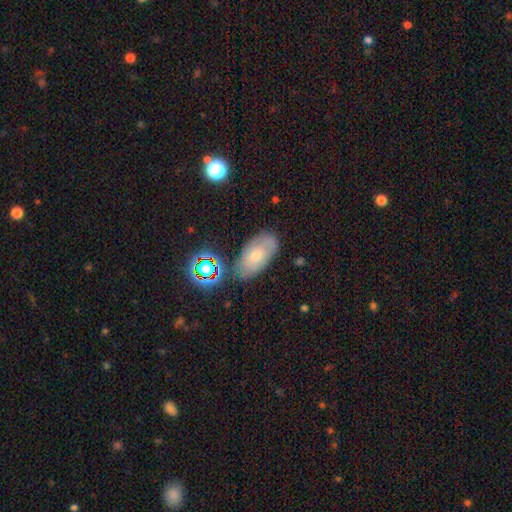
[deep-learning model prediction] Smooth or featured? Predicted: smooth (p=0.56). How rounded? Predicted: in between (p=0.92). Merging? Predicted: none (p=0.71).